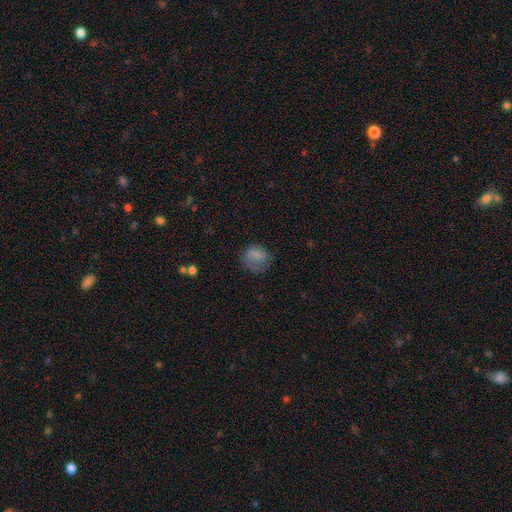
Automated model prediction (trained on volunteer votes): This appears to be a smooth galaxy with no disk features (70%) that is round (68%). Merging: none (52%).